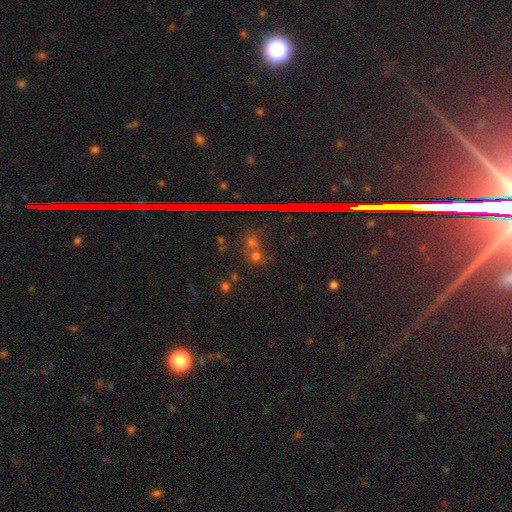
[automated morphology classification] type=star or artifact (44%, tied with smooth).